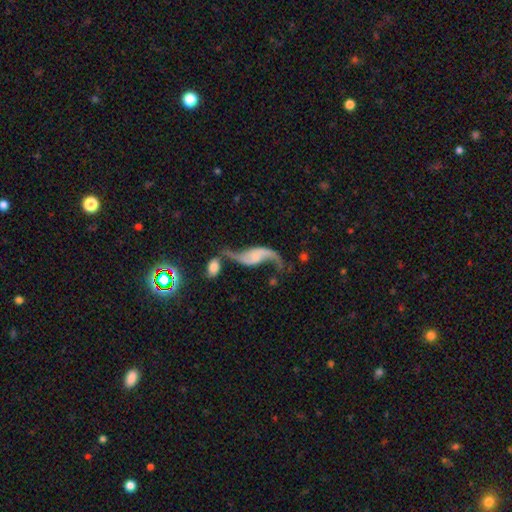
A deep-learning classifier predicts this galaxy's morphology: smooth-or-featured: featured or disk: 84% | smooth: 9% | star or artifact: 6%
  disk-edge-on: no: 94% | yes: 6%
    bar: no: 51% | weak: 35% | strong: 14%
    has-spiral-arms: yes: 93% | no: 7%
      spiral-winding: loose: 93% | medium: 5% | tight: 2%
      spiral-arm-count: 2: 92% | 1: 4% | can't tell: 2% | 3: 1% | 4: 1% | more than 4: 1%
    bulge-size: none: 51% | small: 28% | moderate: 13% | large: 5% | dominant: 2%
  merging: none: 44% | merger: 22% | minor disturbance: 18% | major disturbance: 16%